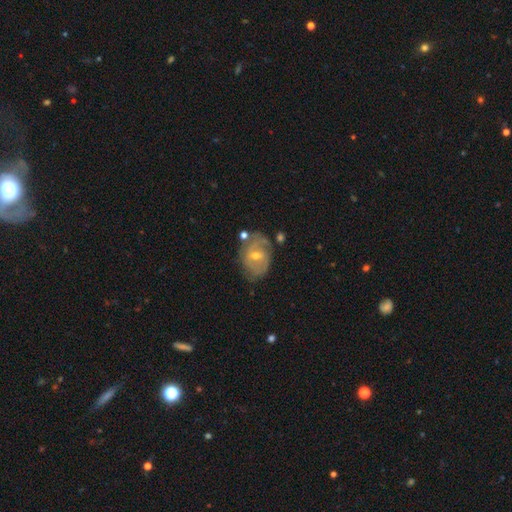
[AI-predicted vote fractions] The model was most divided on "bulge size": moderate: 49%, small: 47%, large: 1%, none: 1%, dominant: 1%. More confident: edge-on disk — no (96%); spiral arms — yes (73%); smooth or featured — featured or disk (70%); merging — none (62%); bar — weak (52%).